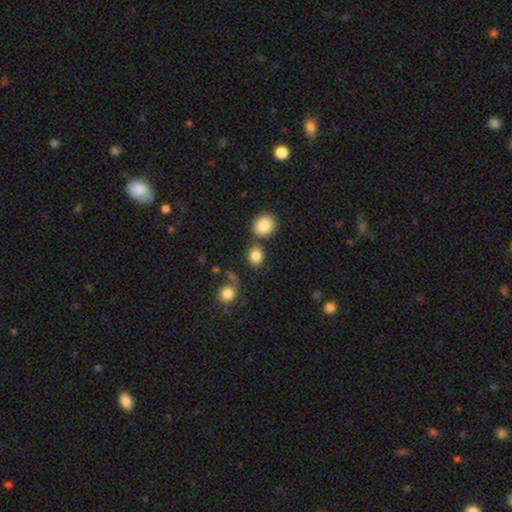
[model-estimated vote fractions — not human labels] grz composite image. It shows a smooth galaxy with no disk features (84%) that is round (52%). Merging: none (66%).